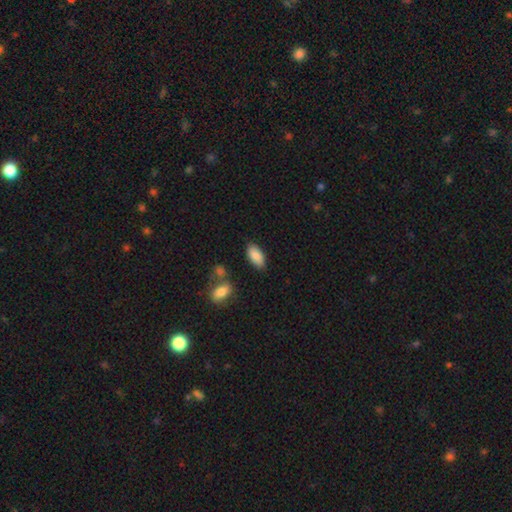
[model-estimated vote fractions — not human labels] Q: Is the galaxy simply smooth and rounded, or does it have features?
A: smooth — 87%.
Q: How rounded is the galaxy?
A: in between — 91%.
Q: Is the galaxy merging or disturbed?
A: none — 82%.